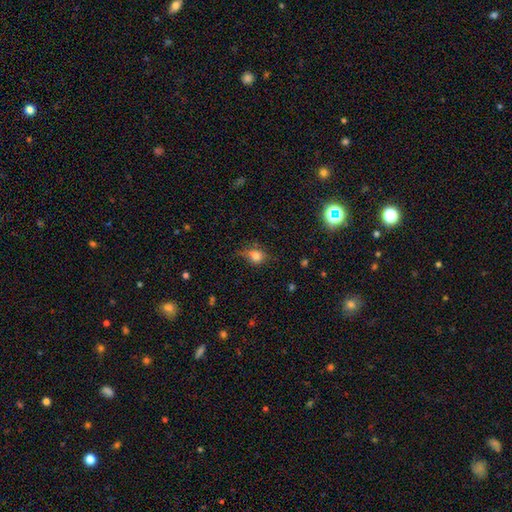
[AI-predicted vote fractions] Q: Smooth or featured?
A: smooth (77%); runner-up: star or artifact (13%)
Q: How rounded?
A: round (55%); runner-up: in between (44%)
Q: Merging?
A: none (60%); runner-up: minor disturbance (28%)